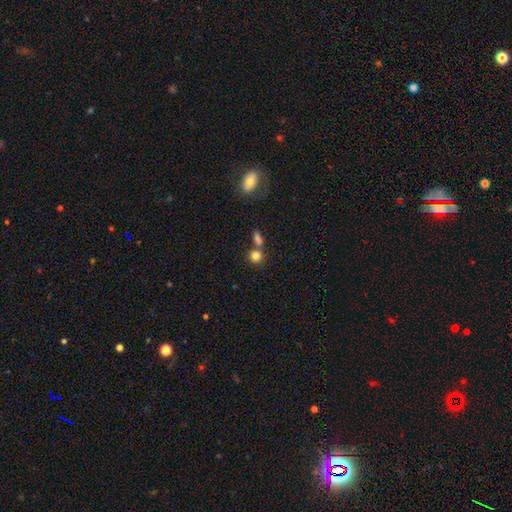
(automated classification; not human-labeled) smooth_or_featured: smooth (p=0.82) [alt: star or artifact p=0.11]
how_rounded: round (p=0.87) [alt: in between p=0.12]
merging: none (p=0.62) [alt: merger p=0.26]